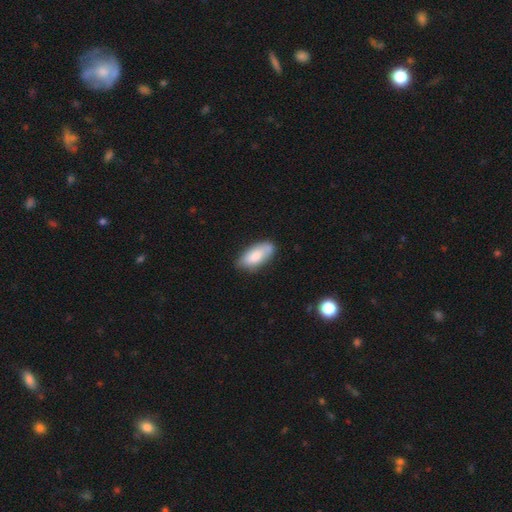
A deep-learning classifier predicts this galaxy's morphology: Smooth or featured: smooth — 79% (featured or disk — 15%)
How rounded: in between — 89% (cigar-shaped — 9%)
Merging: none — 65% (minor disturbance — 24%)